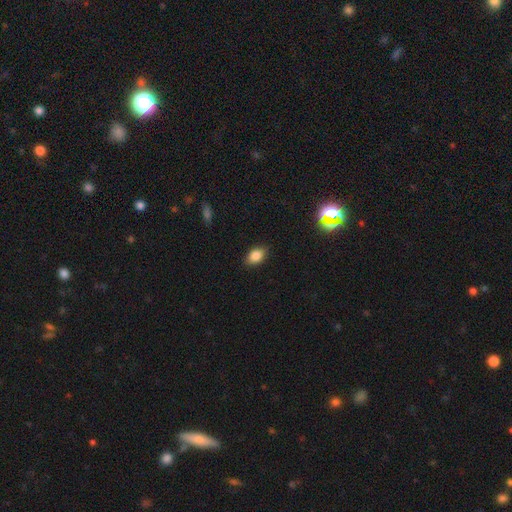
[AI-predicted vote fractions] A smooth galaxy with no disk features (85%) that is in between round and cigar-shaped (86%). Merging: none (87%).